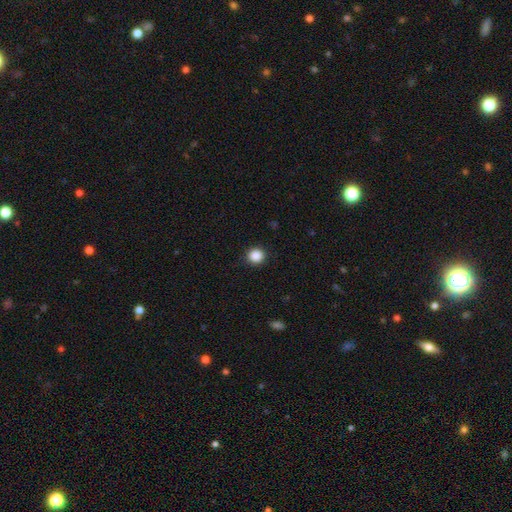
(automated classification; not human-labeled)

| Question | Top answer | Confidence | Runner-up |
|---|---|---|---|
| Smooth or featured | smooth | 88% | star or artifact (10%) |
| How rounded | round | 92% | in between (7%) |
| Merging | none | 91% | minor disturbance (6%) |